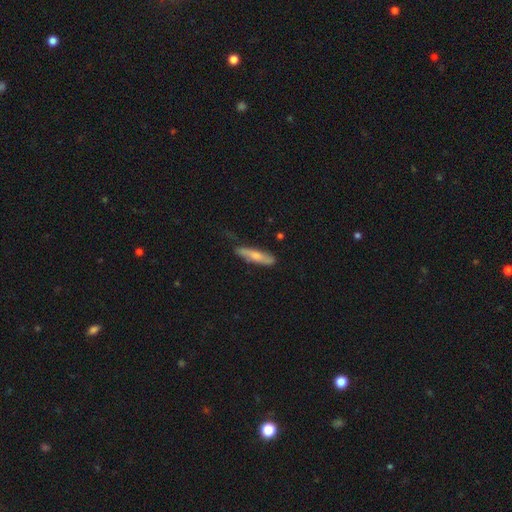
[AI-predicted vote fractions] smooth 62%, featured or disk 32%, star or artifact 5%. Down the decision tree: how rounded — cigar-shaped (81%); merging — none (70%).